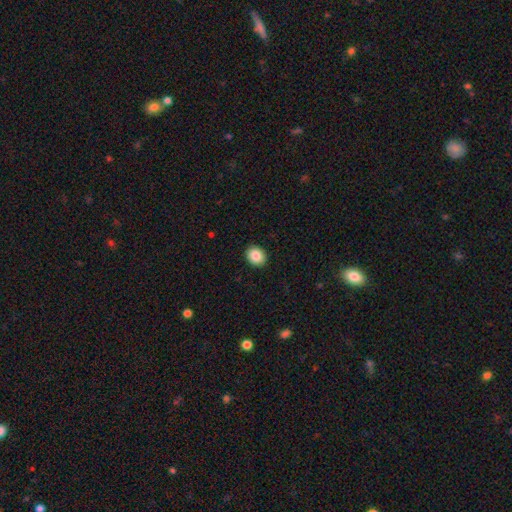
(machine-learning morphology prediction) Smooth or featured: smooth — 88% (star or artifact — 8%)
How rounded: round — 57% (in between — 42%)
Merging: none — 91% (minor disturbance — 6%)